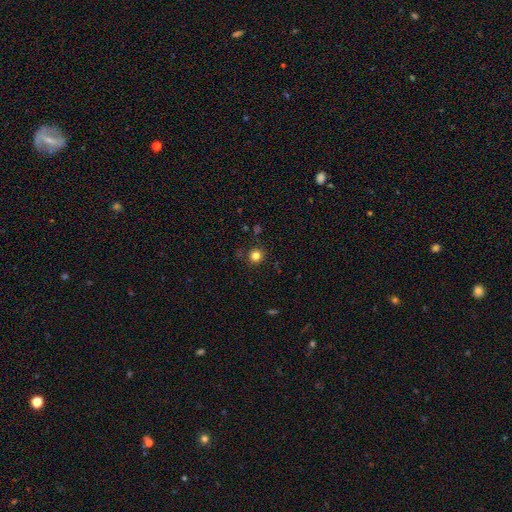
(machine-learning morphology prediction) Smooth or featured: smooth — 81% (star or artifact — 13%)
How rounded: round — 92% (in between — 7%)
Merging: none — 89% (minor disturbance — 7%)